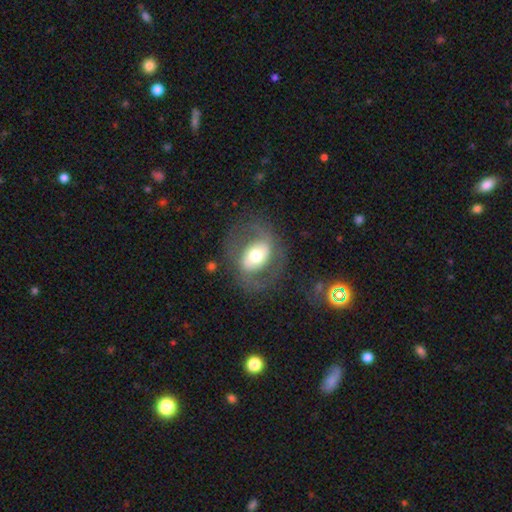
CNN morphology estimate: Q: Smooth or featured?
A: featured or disk (58%); runner-up: smooth (35%)
Q: Edge-on disk?
A: no (94%); runner-up: yes (6%)
Q: Bar?
A: no (48%); runner-up: weak (27%)
Q: Spiral arms?
A: no (58%); runner-up: yes (42%)
Q: Bulge size?
A: moderate (61%); runner-up: large (25%)
Q: Merging?
A: none (70%); runner-up: minor disturbance (14%)